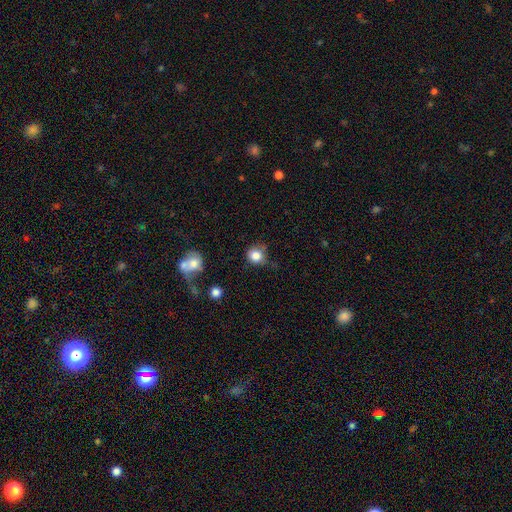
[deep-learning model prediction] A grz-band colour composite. It shows a smooth galaxy with no disk features (83%) that is round (86%). Merging: none (60%).